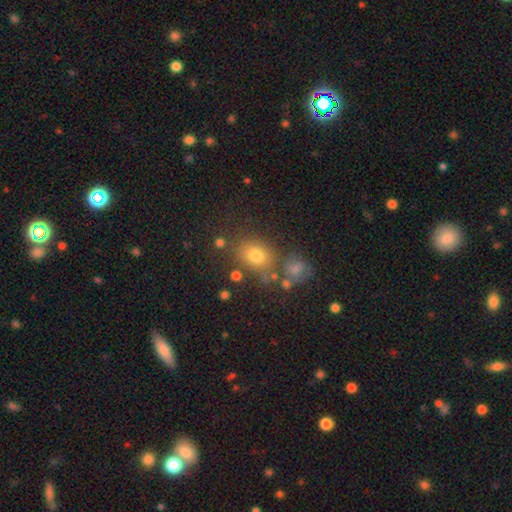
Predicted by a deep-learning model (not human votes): This is likely a smooth galaxy (73%). How rounded: possibly in between (54%). Merging: likely none (67%).